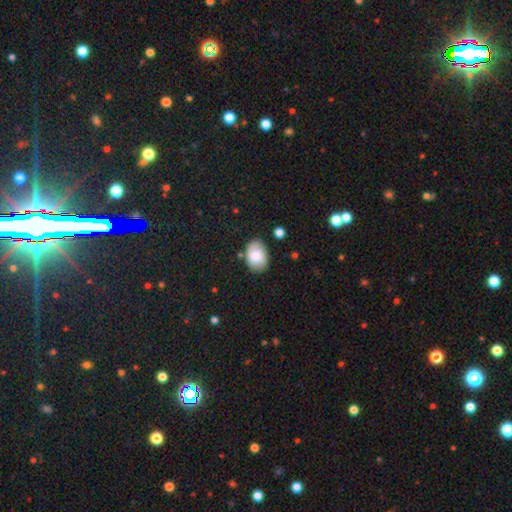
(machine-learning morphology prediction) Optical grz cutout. It shows a smooth galaxy with no disk features (75%) that is in between round and cigar-shaped (79%). Merging: none (76%).